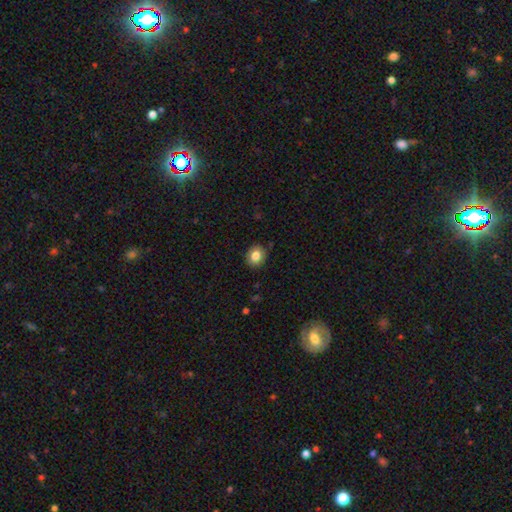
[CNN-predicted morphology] Smooth or featured?
  - smooth: 83% *
  - star or artifact: 9%
  - featured or disk: 8%
How rounded?
  - round: 71% *
  - in between: 28%
  - cigar-shaped: 1%
Merging?
  - none: 88% *
  - minor disturbance: 9%
  - major disturbance: 2%
  - merger: 1%